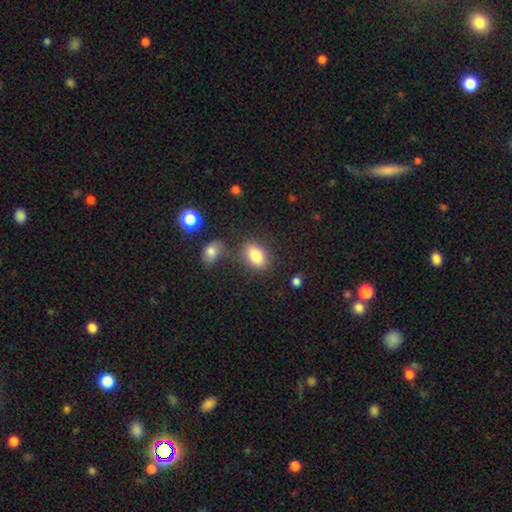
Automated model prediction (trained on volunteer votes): smooth 82%, featured or disk 9%, star or artifact 9%. Down the decision tree: how rounded — in between (84%); merging — none (75%).